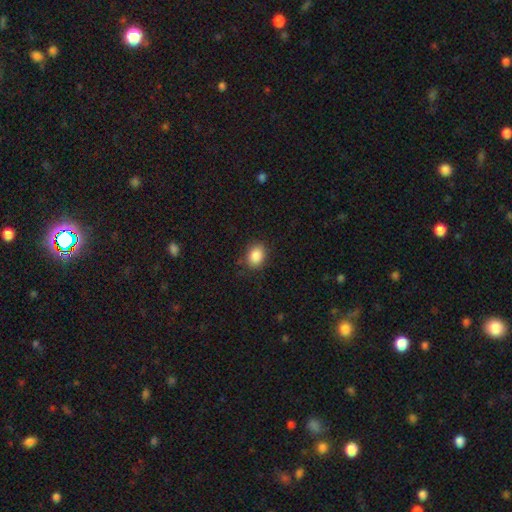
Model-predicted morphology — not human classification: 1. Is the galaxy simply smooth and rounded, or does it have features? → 87% smooth, 9% star or artifact, 4% featured or disk.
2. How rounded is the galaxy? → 59% in between, 40% round, 1% cigar-shaped.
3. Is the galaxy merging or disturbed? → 82% none, 13% minor disturbance, 4% major disturbance, 1% merger.